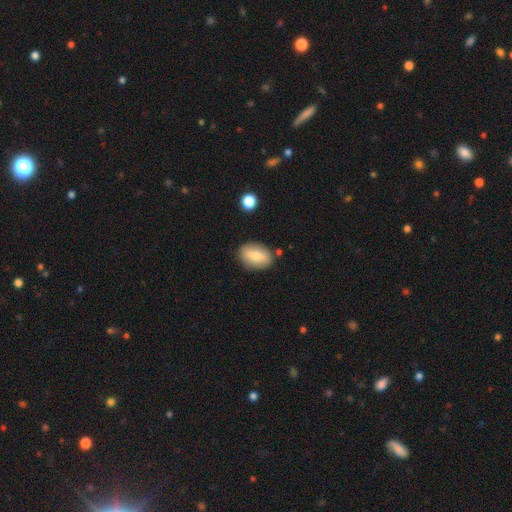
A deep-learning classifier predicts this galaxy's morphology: smooth_or_featured: smooth (p=0.73) [alt: featured or disk p=0.19]
how_rounded: in between (p=0.83) [alt: round p=0.15]
merging: none (p=0.83) [alt: minor disturbance p=0.11]